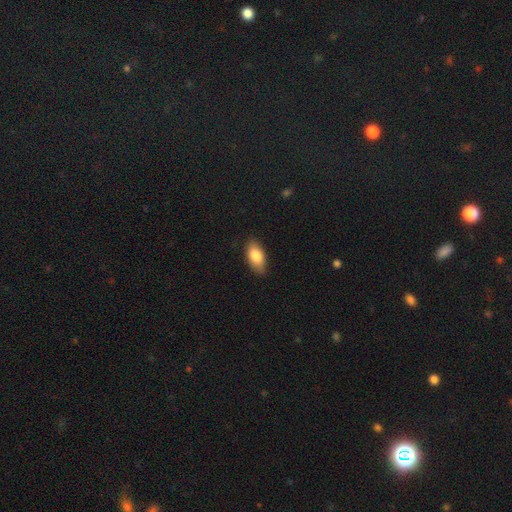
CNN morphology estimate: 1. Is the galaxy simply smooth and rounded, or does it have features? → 83% smooth, 11% featured or disk, 6% star or artifact.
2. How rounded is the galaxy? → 91% in between, 6% cigar-shaped, 3% round.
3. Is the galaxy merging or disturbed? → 84% none, 13% minor disturbance, 2% major disturbance, 1% merger.